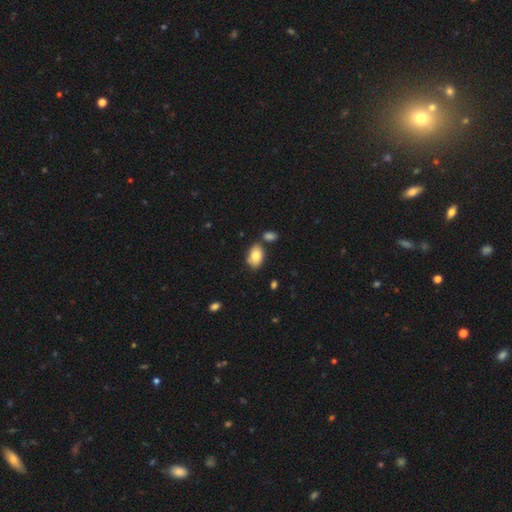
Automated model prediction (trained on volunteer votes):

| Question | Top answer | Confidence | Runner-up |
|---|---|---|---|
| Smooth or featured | smooth | 81% | featured or disk (12%) |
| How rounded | in between | 90% | round (8%) |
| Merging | none | 70% | minor disturbance (15%) |